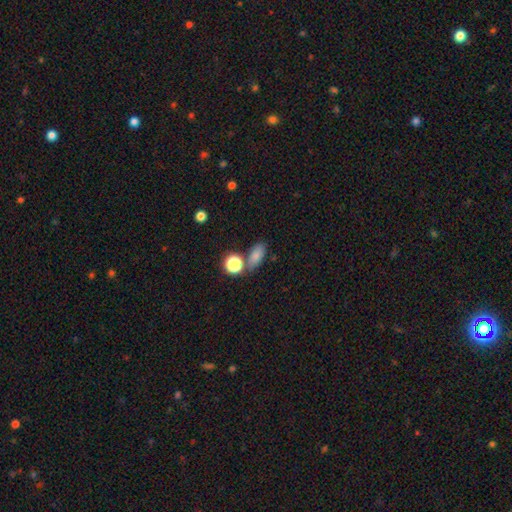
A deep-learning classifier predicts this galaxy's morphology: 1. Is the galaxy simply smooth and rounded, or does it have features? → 77% smooth, 15% star or artifact, 8% featured or disk.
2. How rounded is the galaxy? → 78% in between, 15% round, 7% cigar-shaped.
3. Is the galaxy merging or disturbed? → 68% none, 15% merger, 13% minor disturbance, 4% major disturbance.